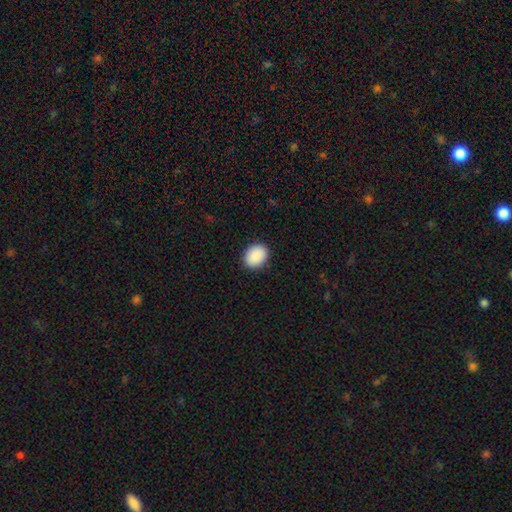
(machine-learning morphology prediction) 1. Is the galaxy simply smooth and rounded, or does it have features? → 90% smooth, 7% star or artifact, 3% featured or disk.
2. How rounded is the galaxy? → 58% in between, 41% round, 1% cigar-shaped.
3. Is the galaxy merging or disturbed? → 90% none, 7% minor disturbance, 2% major disturbance, 1% merger.